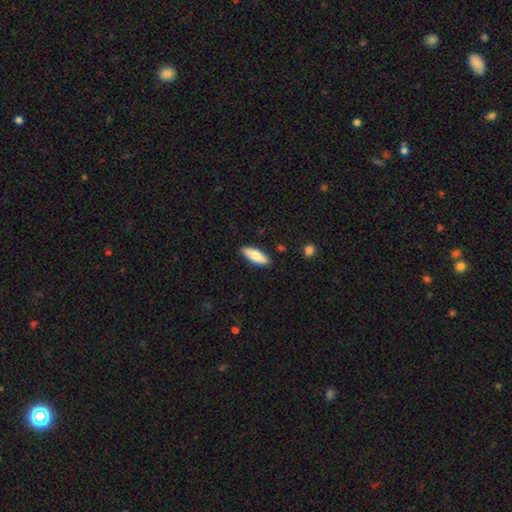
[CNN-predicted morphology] smooth-or-featured: smooth: 80% | featured or disk: 14% | star or artifact: 6%
  how-rounded: in between: 68% | cigar-shaped: 30% | round: 2%
  merging: none: 88% | minor disturbance: 9% | major disturbance: 2% | merger: 1%